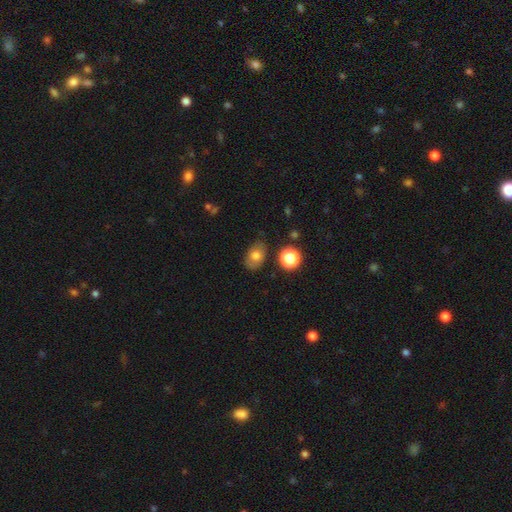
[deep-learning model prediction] Smooth or featured? smooth (74%)
How rounded? in between (76%)
Merging? none (74%)